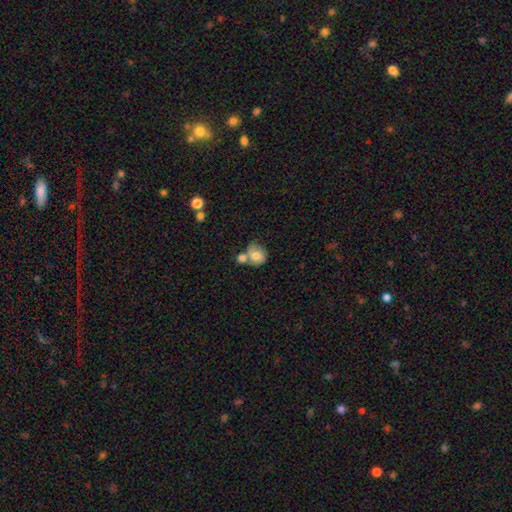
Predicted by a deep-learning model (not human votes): Morphology: type=smooth (67%); roundness=round (69%); merging=merger (44%).